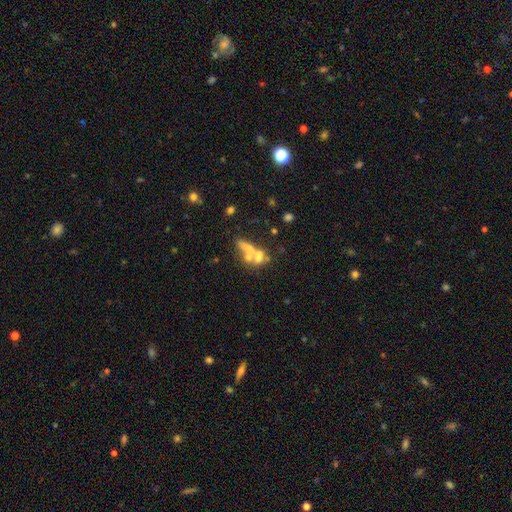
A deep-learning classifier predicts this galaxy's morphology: This is marginally a smooth galaxy (43%). Merging: possibly merger (57%).